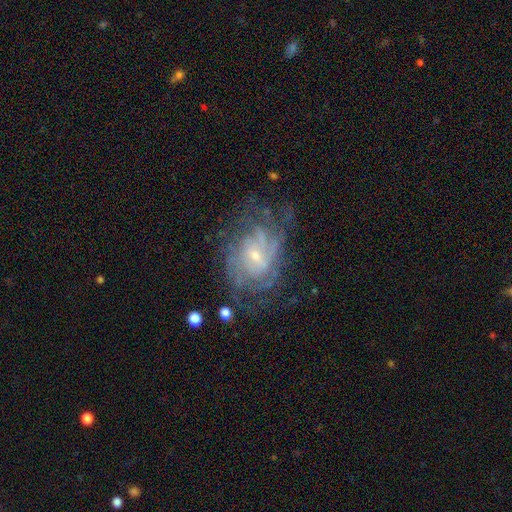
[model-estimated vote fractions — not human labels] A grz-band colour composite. It shows a featured or disk galaxy (82%) with no bar (48%), tight (54%) spiral arms (89%) and a small central bulge (71%). Merging: none (62%).